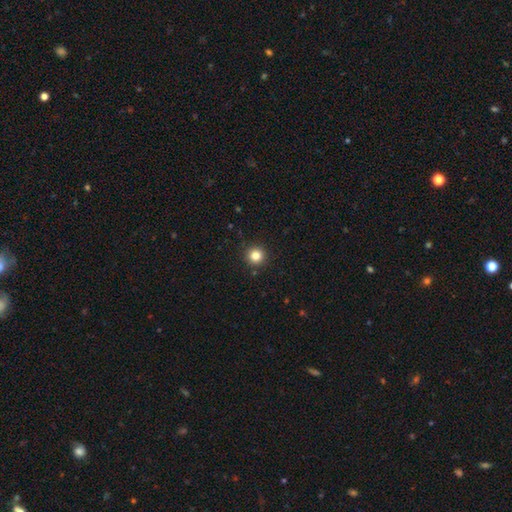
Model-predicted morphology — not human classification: Smooth or featured: smooth — 82% (star or artifact — 12%)
How rounded: round — 96% (in between — 3%)
Merging: none — 93% (minor disturbance — 5%)